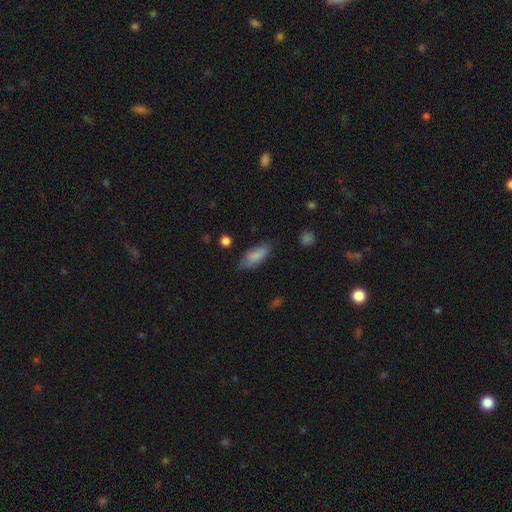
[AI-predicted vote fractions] A smooth galaxy with no disk features (83%) that is in between round and cigar-shaped (80%). Merging: none (71%).